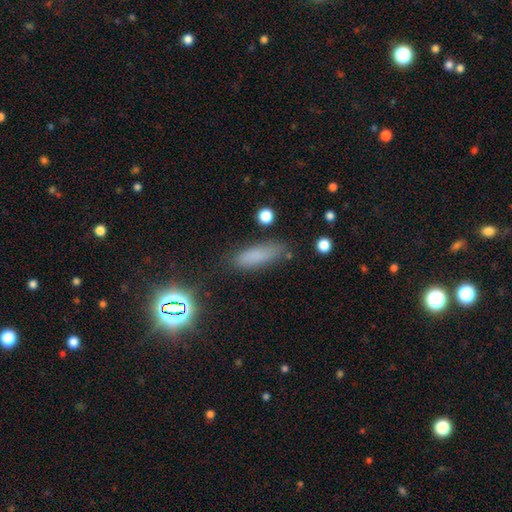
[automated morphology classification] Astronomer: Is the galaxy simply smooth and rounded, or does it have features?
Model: smooth — 75%.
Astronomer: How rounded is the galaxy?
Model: in between — 51% (runner-up: cigar-shaped, 46%).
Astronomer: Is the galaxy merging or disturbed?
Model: none — 79%.